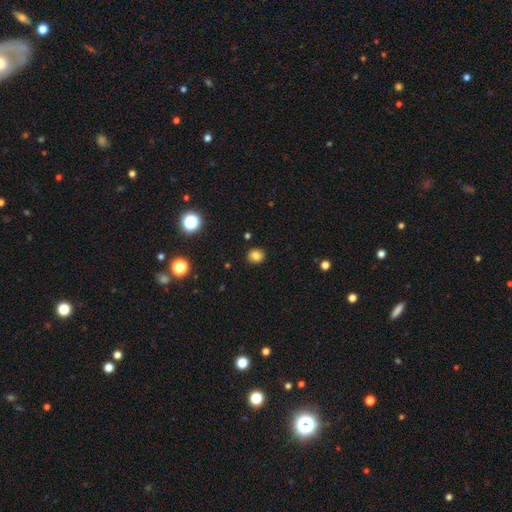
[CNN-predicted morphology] Overall: smooth (81%). How rounded: round (72%). Merging: none (89%).